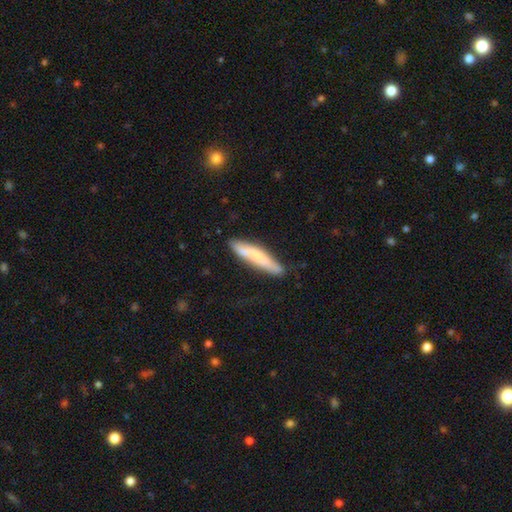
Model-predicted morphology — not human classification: This appears to be a smooth galaxy with no disk features (66%) that is cigar-shaped (87%). Merging: none (72%).